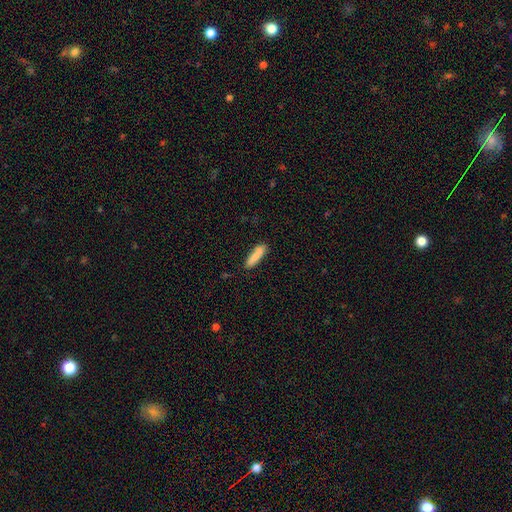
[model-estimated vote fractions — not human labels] smooth_or_featured: smooth (p=0.85) [alt: featured or disk p=0.09]
how_rounded: cigar-shaped (p=0.76) [alt: in between p=0.23]
merging: none (p=0.82) [alt: minor disturbance p=0.13]